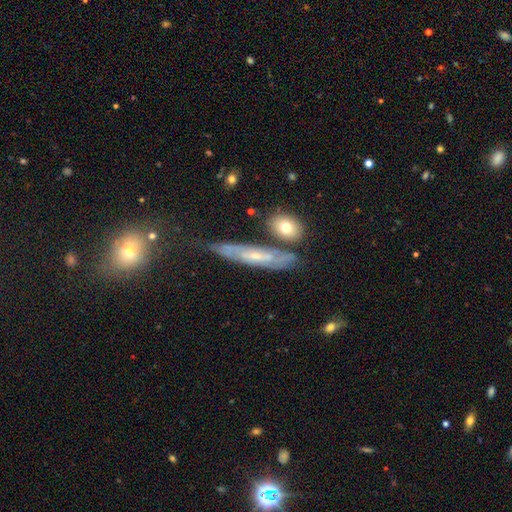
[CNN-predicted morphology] type=featured or disk (63%); edge-on=no (54%); merging=none (64%).